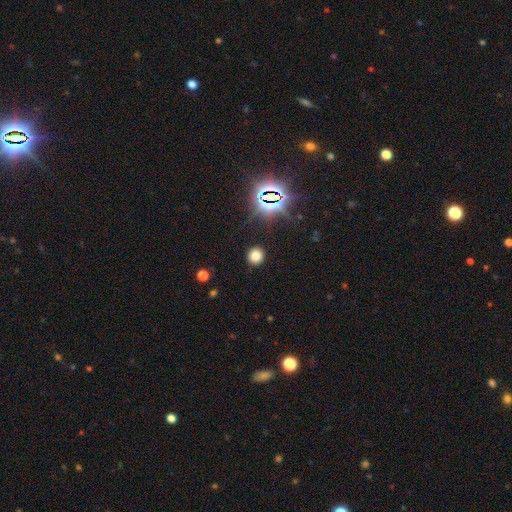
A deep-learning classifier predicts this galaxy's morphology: A smooth galaxy with no disk features (75%) that is round (86%). Merging: none (90%).